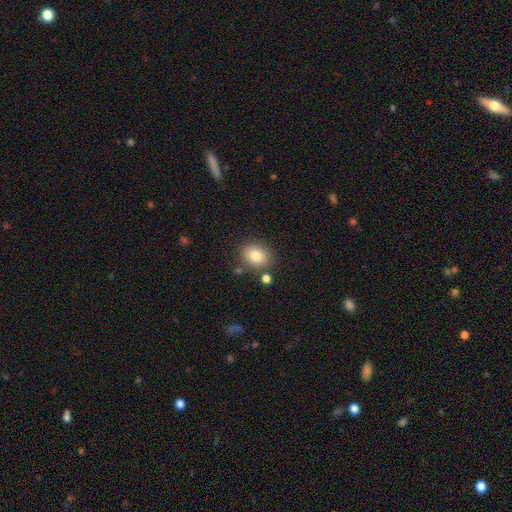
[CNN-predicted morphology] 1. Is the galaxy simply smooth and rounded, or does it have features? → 81% smooth, 10% star or artifact, 9% featured or disk.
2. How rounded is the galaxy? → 50% round, 49% in between, 1% cigar-shaped.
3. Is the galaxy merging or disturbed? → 79% none, 11% minor disturbance, 6% merger, 3% major disturbance.